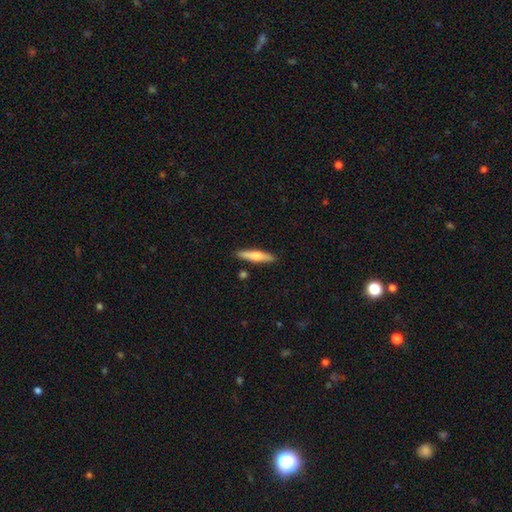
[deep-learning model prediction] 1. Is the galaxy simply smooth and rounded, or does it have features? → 61% smooth, 33% featured or disk, 6% star or artifact.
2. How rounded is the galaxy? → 86% cigar-shaped, 12% in between, 2% round.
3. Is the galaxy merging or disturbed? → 87% none, 8% minor disturbance, 3% merger, 2% major disturbance.